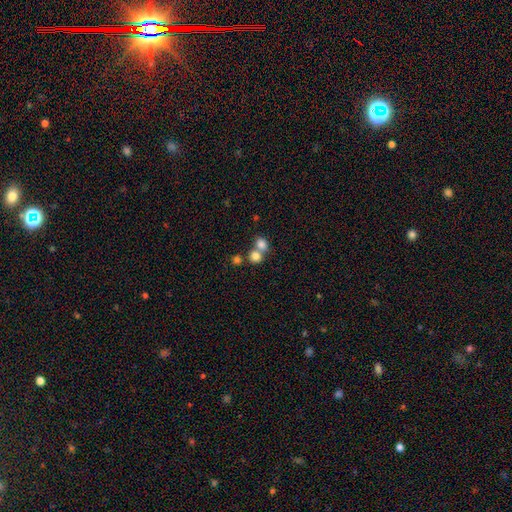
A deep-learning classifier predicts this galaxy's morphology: This appears to be a smooth galaxy with no disk features (80%) that is round (80%). Merging: merger (50%).